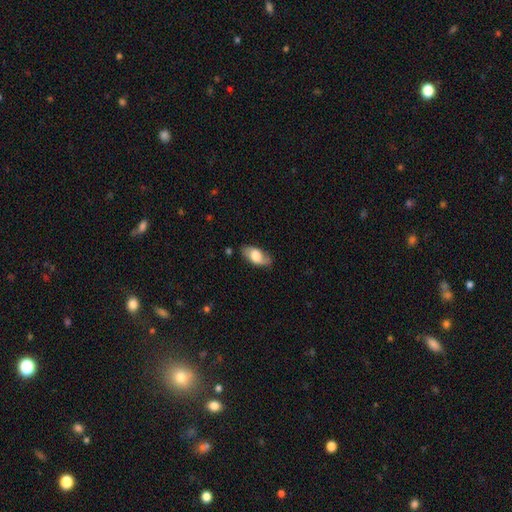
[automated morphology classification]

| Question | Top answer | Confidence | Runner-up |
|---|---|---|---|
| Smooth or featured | smooth | 58% | featured or disk (35%) |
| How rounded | in between | 89% | cigar-shaped (7%) |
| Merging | none | 78% | minor disturbance (16%) |